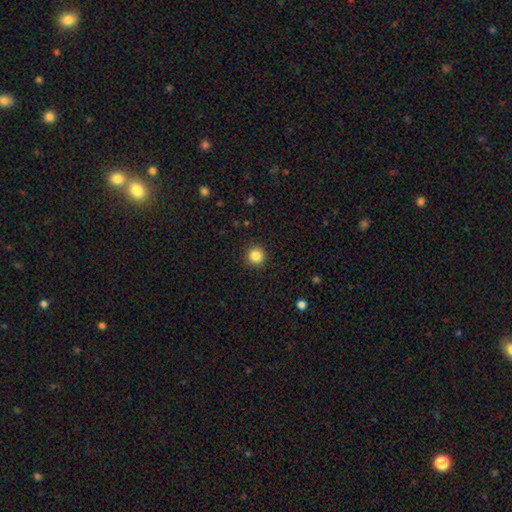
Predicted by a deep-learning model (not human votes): A smooth galaxy with no disk features (85%) that is round (95%).

Vote fractions:
- Smooth or featured? smooth: 85% / star or artifact: 11% / featured or disk: 4%
- How rounded? round: 95% / in between: 4% / cigar-shaped: 1%
- Merging? none: 92% / minor disturbance: 5% / major disturbance: 2% / merger: 1%